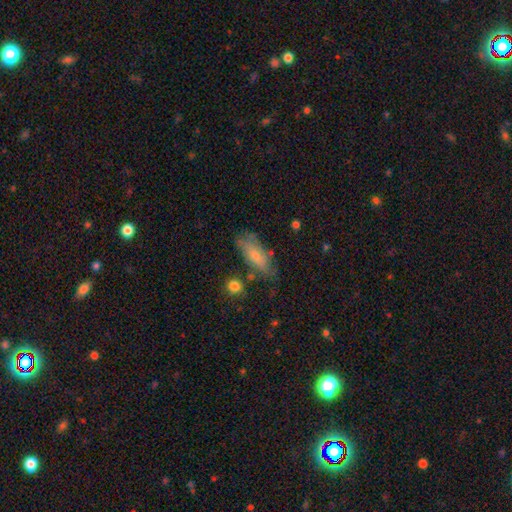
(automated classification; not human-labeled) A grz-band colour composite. It shows a smooth galaxy with no disk features (60%) that is in between round and cigar-shaped (71%). Merging: none (65%).